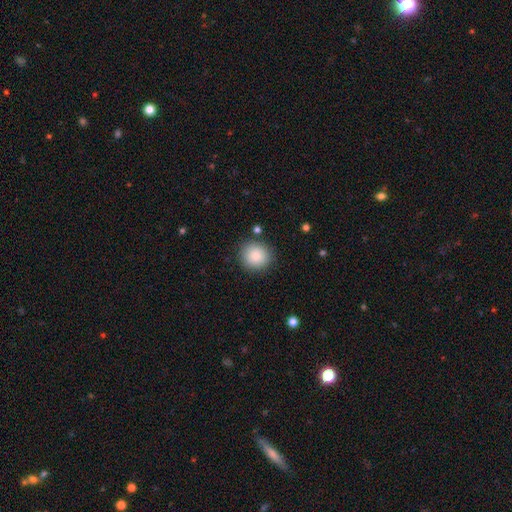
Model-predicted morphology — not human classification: Smooth or featured: smooth — 87% (star or artifact — 8%)
How rounded: round — 88% (in between — 11%)
Merging: none — 88% (minor disturbance — 8%)